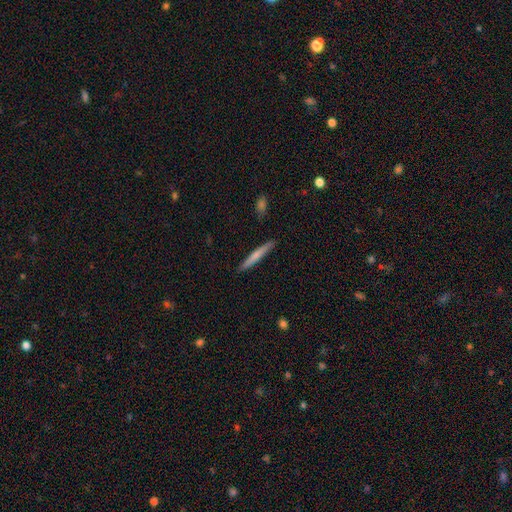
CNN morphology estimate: smooth_or_featured: smooth (p=0.65) [alt: featured or disk p=0.30]
how_rounded: cigar-shaped (p=0.96) [alt: in between p=0.03]
merging: none (p=0.90) [alt: minor disturbance p=0.07]